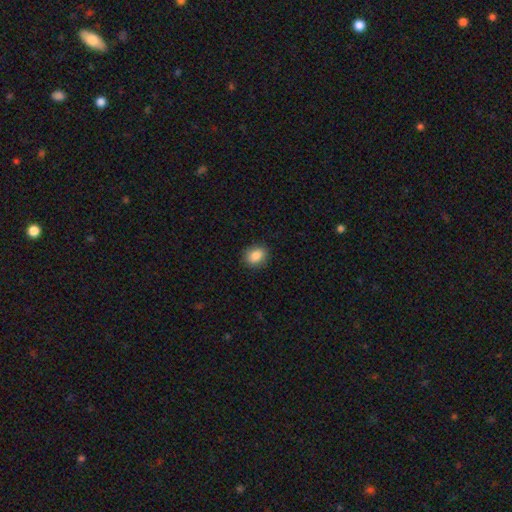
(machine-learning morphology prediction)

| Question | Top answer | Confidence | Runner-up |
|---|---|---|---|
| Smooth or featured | smooth | 87% | star or artifact (8%) |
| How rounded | in between | 59% | round (40%) |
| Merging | none | 86% | minor disturbance (10%) |